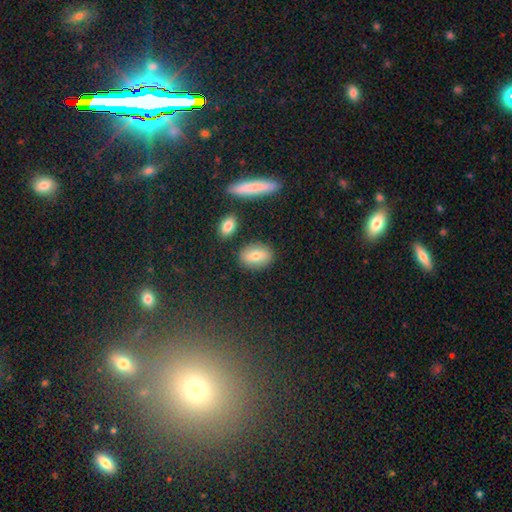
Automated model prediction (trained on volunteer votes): This appears to be a smooth galaxy with no disk features (76%) that is in between round and cigar-shaped (80%). Merging: none (83%).